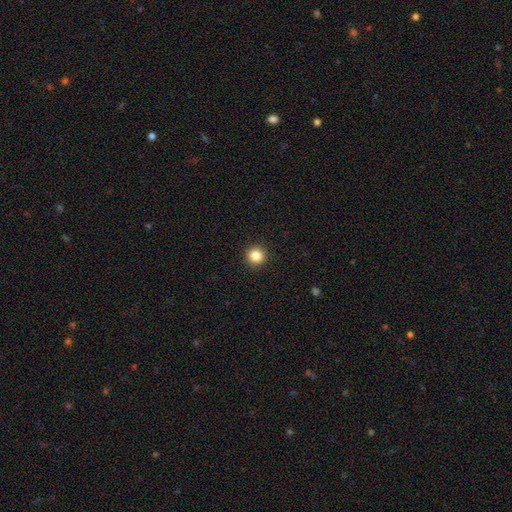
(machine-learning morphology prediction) smooth_or_featured: smooth (p=0.85) [alt: star or artifact p=0.11]
how_rounded: round (p=0.95) [alt: in between p=0.05]
merging: none (p=0.93) [alt: minor disturbance p=0.04]